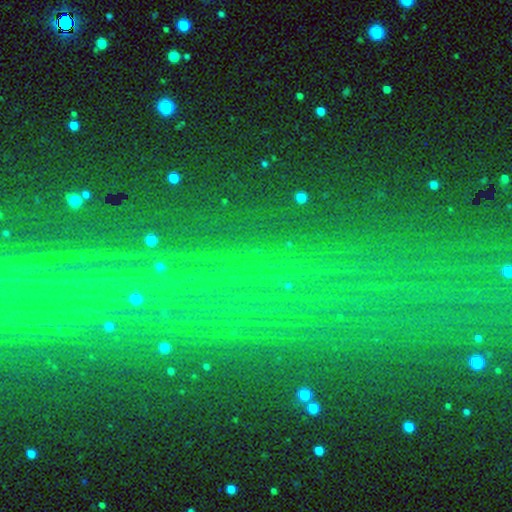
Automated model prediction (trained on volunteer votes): smooth_or_featured: star or artifact (p=0.82) [alt: smooth p=0.09]